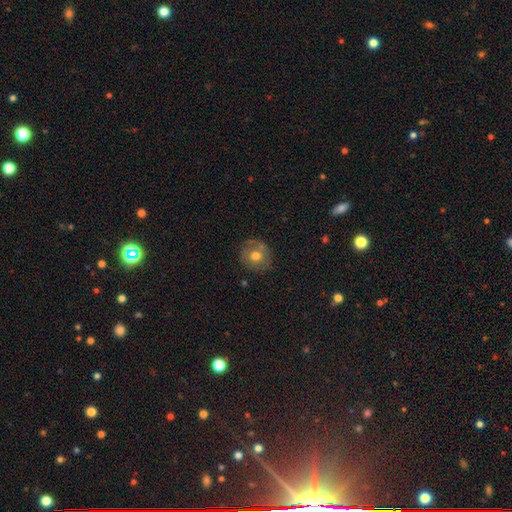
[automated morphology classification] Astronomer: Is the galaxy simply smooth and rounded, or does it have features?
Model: smooth — 60%.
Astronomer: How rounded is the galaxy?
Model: round — 86%.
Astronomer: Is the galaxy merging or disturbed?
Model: none — 76%.